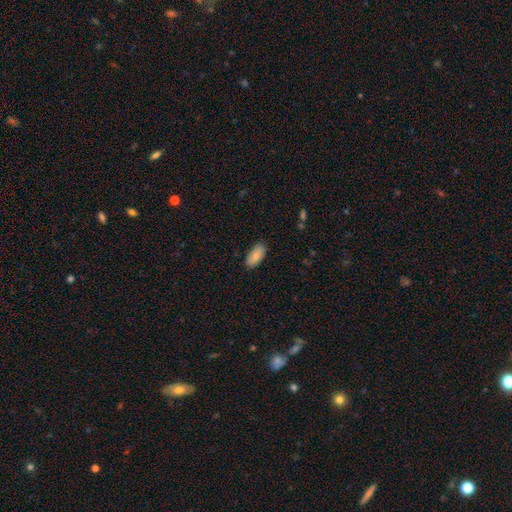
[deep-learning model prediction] smooth 83%, featured or disk 11%, star or artifact 6%. Down the decision tree: how rounded — in between (89%); merging — none (86%).